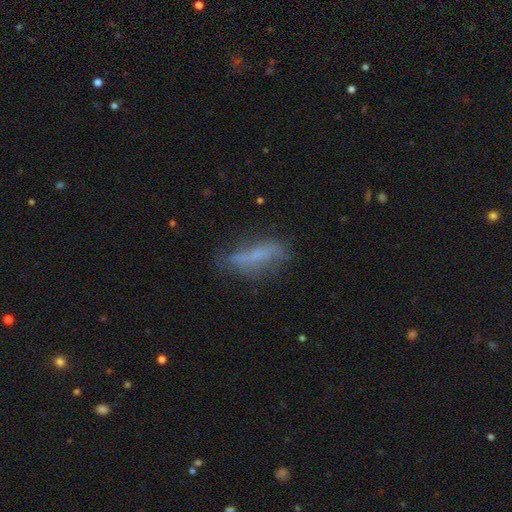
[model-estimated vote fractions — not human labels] Smooth or featured? smooth (47%)
Merging? none (61%)